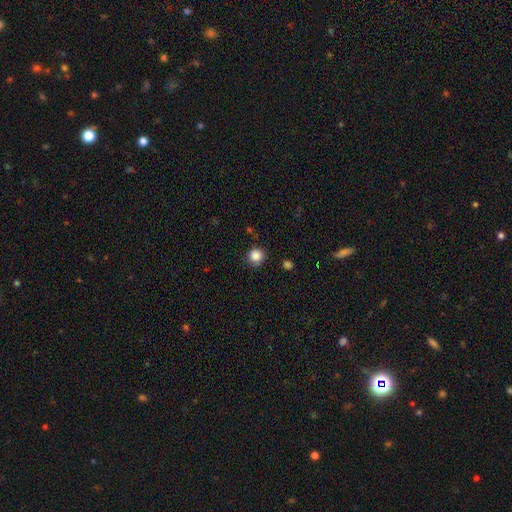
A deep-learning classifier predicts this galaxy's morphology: type=smooth (86%); roundness=round (91%); merging=none (82%).